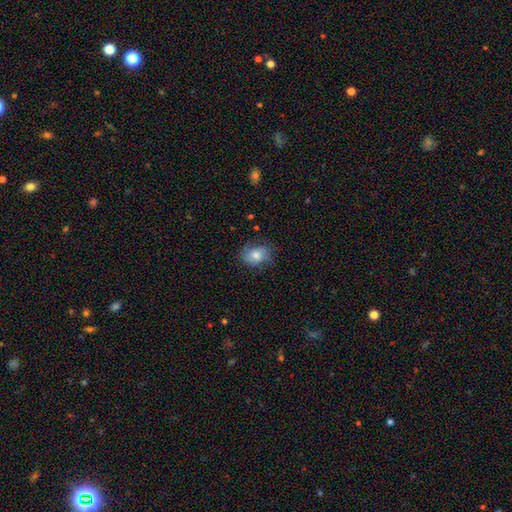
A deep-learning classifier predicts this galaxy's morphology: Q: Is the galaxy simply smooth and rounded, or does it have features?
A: smooth — 75%.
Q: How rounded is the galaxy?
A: in between — 68%.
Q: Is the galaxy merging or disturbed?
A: none — 70%.